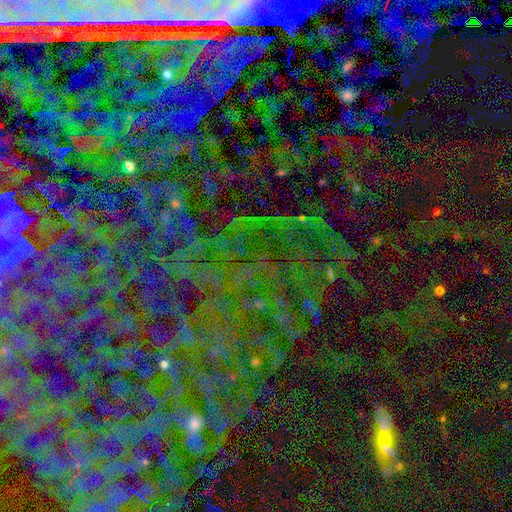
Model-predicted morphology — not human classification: type=star or artifact (85%).